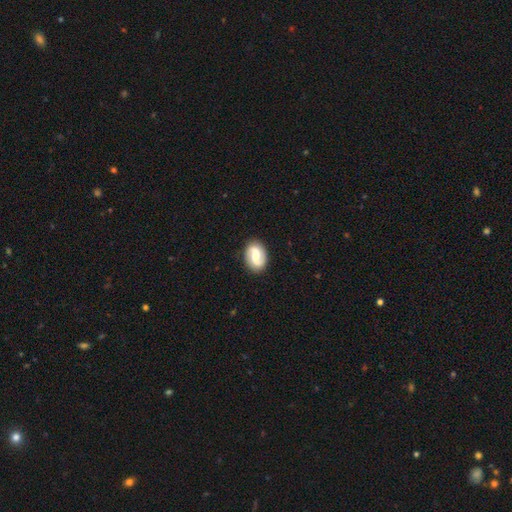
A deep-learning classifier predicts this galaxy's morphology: This appears to be a featured or disk galaxy (70%) with a weak bar (46%), 2 (90%) loose (44%) spiral arms (91%) and a moderate central bulge (53%). Merging: none (87%).